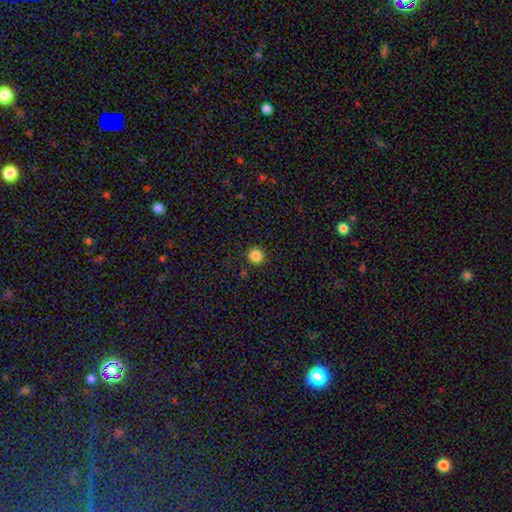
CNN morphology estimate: A smooth galaxy with no disk features (85%) that is round (94%).

Vote fractions:
- Smooth or featured? smooth: 85% / star or artifact: 12% / featured or disk: 4%
- How rounded? round: 94% / in between: 5% / cigar-shaped: 1%
- Merging? none: 91% / minor disturbance: 6% / major disturbance: 2% / merger: 1%